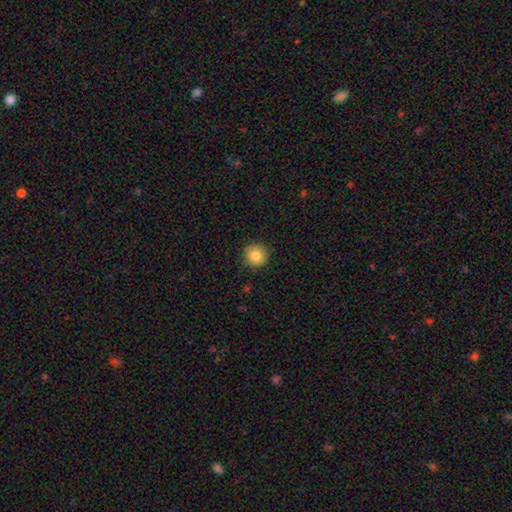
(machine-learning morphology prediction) This is clearly a smooth galaxy (84%). How rounded: clearly round (94%). Merging: clearly none (90%).